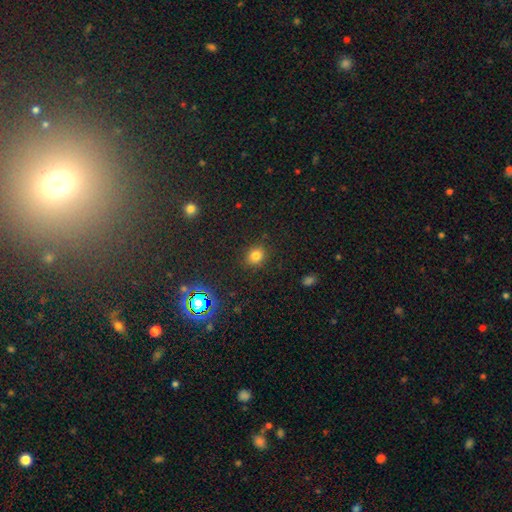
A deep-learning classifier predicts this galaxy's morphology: Overall: smooth (75%). How rounded: round (69%; in between 30%). Merging: none (86%).